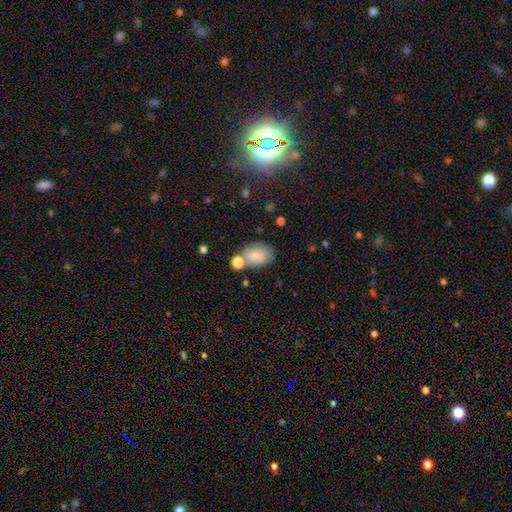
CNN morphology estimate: The model was most divided on "merging": none: 57%, minor disturbance: 19%, merger: 18%, major disturbance: 7%. More confident: how rounded — in between (81%); smooth or featured — smooth (76%).